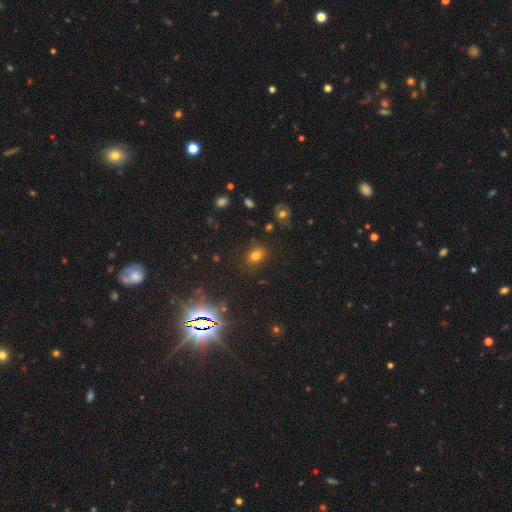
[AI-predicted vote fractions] A smooth galaxy with no disk features (72%) that is in between round and cigar-shaped (55%). Merging: none (81%).